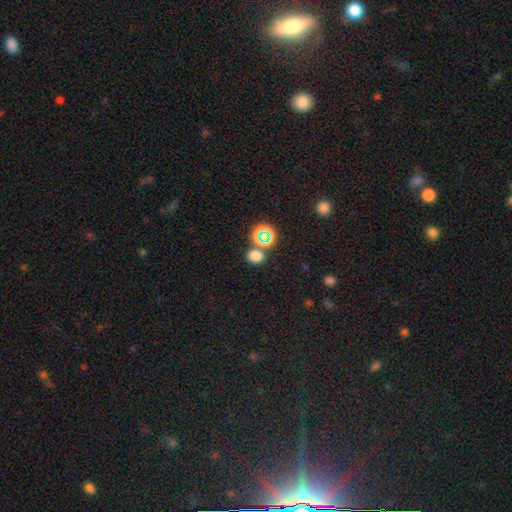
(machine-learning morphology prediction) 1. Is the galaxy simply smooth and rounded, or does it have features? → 69% smooth, 25% star or artifact, 6% featured or disk.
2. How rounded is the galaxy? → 56% round, 43% in between, 1% cigar-shaped.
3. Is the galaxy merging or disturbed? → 74% none, 13% merger, 9% minor disturbance, 4% major disturbance.